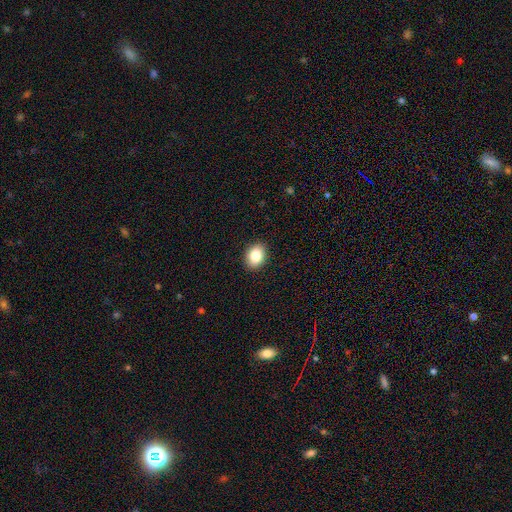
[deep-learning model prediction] Smooth or featured: smooth — 85% (star or artifact — 9%)
How rounded: in between — 66% (round — 33%)
Merging: none — 91% (minor disturbance — 7%)